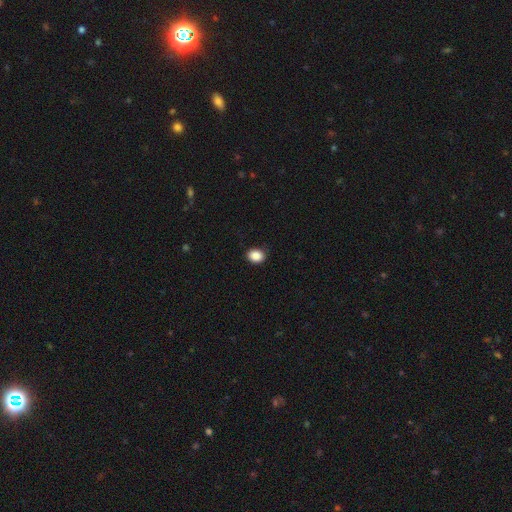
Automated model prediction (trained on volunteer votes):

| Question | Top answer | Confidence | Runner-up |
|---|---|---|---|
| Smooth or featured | smooth | 88% | star or artifact (9%) |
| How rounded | in between | 52% | round (47%) |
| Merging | none | 87% | minor disturbance (10%) |